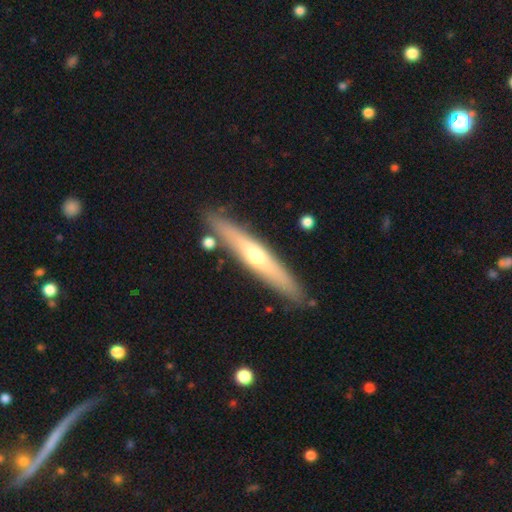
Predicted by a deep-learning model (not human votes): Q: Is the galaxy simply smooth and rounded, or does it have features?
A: featured or disk — 58%.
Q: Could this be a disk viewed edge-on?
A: yes — 91%.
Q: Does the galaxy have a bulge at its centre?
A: rounded — 81%.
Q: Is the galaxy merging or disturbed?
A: none — 87%.